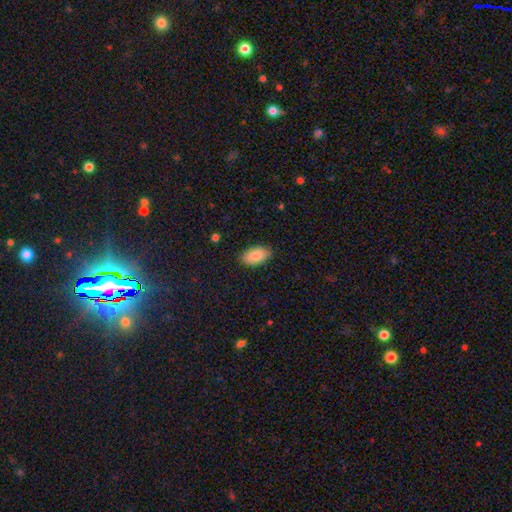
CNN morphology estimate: Smooth or featured? Predicted: smooth (p=0.85). How rounded? Predicted: in between (p=0.94). Merging? Predicted: none (p=0.84).